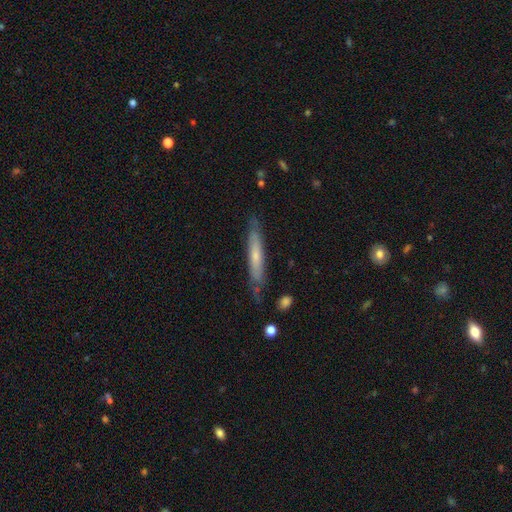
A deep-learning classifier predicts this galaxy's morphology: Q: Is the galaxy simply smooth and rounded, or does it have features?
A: smooth — 52%.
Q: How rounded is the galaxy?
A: cigar-shaped — 91%.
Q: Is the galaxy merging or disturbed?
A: none — 75%.